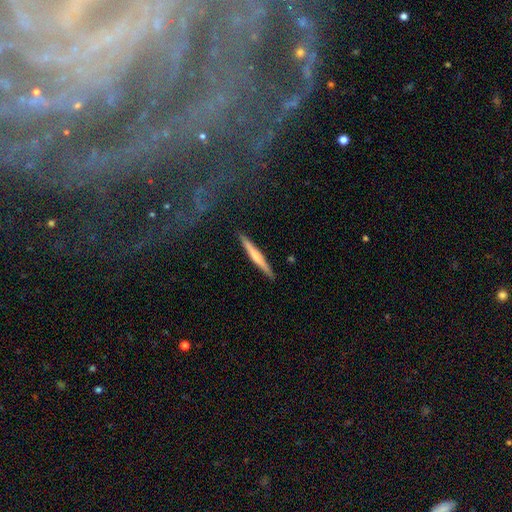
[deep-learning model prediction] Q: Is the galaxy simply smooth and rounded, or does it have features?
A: smooth — 50%.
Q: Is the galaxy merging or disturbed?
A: none — 89%.